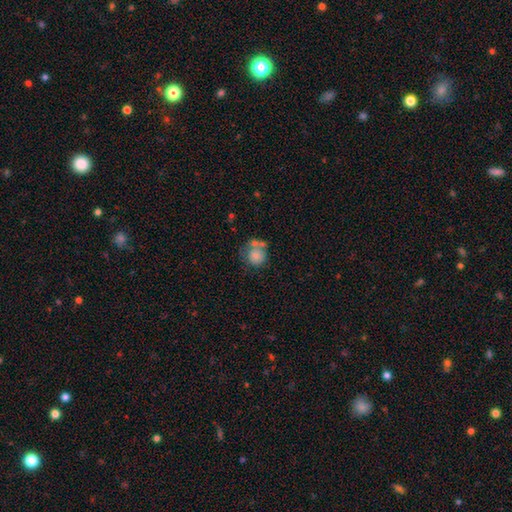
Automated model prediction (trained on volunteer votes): smooth-or-featured: smooth: 75% | featured or disk: 16% | star or artifact: 9%
  how-rounded: round: 83% | in between: 16% | cigar-shaped: 1%
  merging: none: 42% | merger: 28% | minor disturbance: 18% | major disturbance: 12%